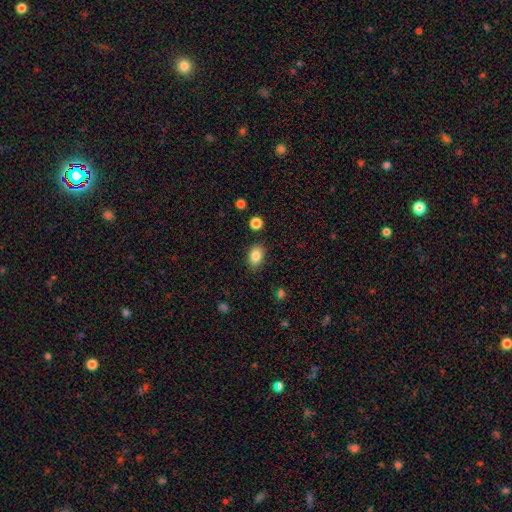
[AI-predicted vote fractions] Smooth or featured? smooth (84%)
How rounded? in between (79%)
Merging? none (84%)